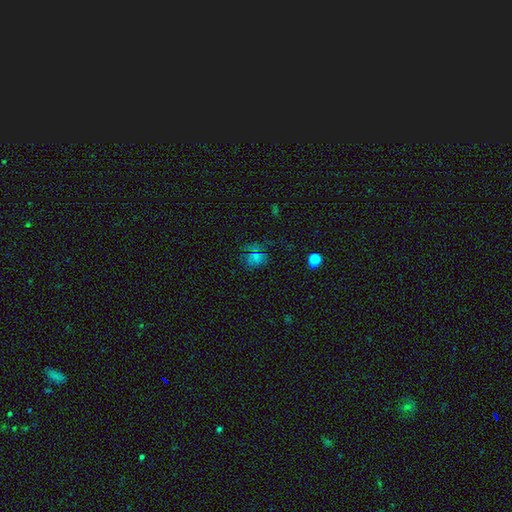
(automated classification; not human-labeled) smooth_or_featured: smooth (p=0.60) [alt: star or artifact p=0.33]
how_rounded: round (p=0.74) [alt: in between p=0.25]
merging: none (p=0.78) [alt: minor disturbance p=0.14]